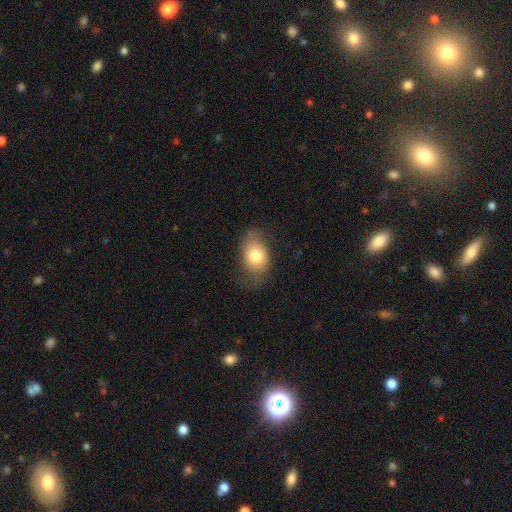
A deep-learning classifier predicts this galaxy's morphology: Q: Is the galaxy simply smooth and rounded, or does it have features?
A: smooth — 75%.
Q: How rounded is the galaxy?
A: in between — 77%.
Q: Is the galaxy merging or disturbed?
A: none — 60%.